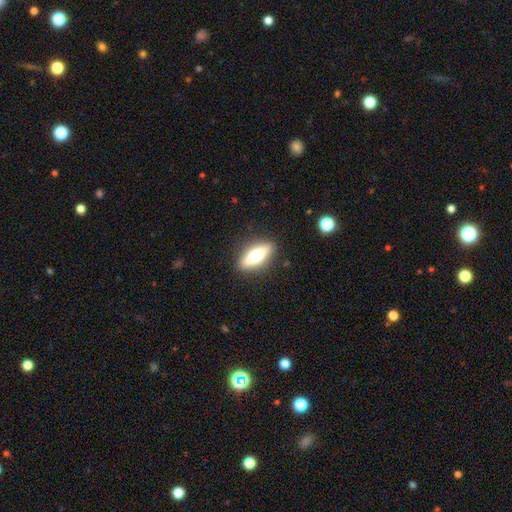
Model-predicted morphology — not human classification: smooth 53%, featured or disk 40%, star or artifact 7%. Down the decision tree: how rounded — in between (61%); merging — none (88%).